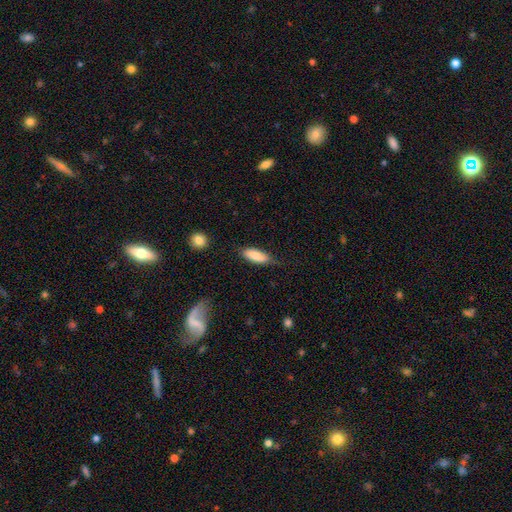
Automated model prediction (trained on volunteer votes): Smooth or featured?
  - smooth: 84% *
  - featured or disk: 10%
  - star or artifact: 6%
How rounded?
  - in between: 72% *
  - cigar-shaped: 26%
  - round: 2%
Merging?
  - none: 70% *
  - minor disturbance: 23%
  - major disturbance: 5%
  - merger: 2%